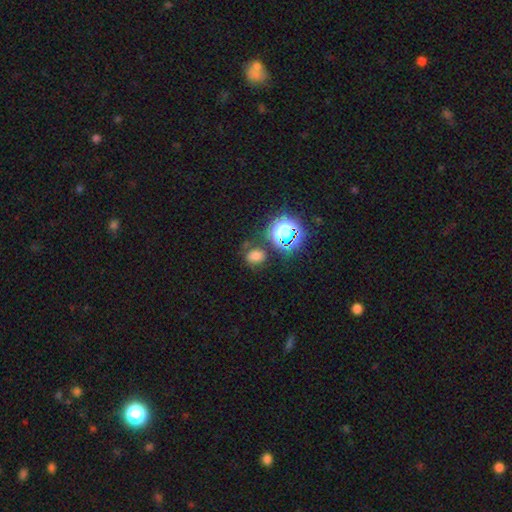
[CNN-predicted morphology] type=smooth (64%); roundness=round (56%); merging=none (70%).